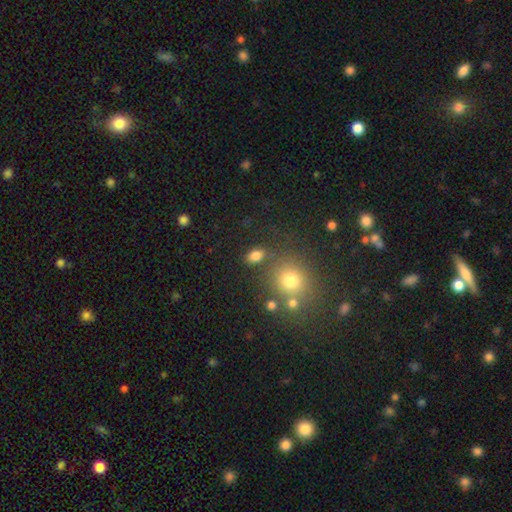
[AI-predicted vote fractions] Smooth or featured: smooth — 80% (star or artifact — 13%)
How rounded: in between — 78% (round — 20%)
Merging: none — 76% (minor disturbance — 12%)